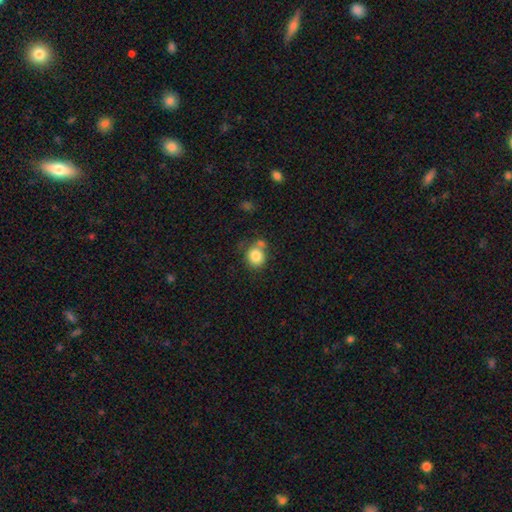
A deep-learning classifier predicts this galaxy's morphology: Smooth or featured: smooth — 83% (star or artifact — 9%)
How rounded: round — 78% (in between — 21%)
Merging: none — 56% (merger — 23%)